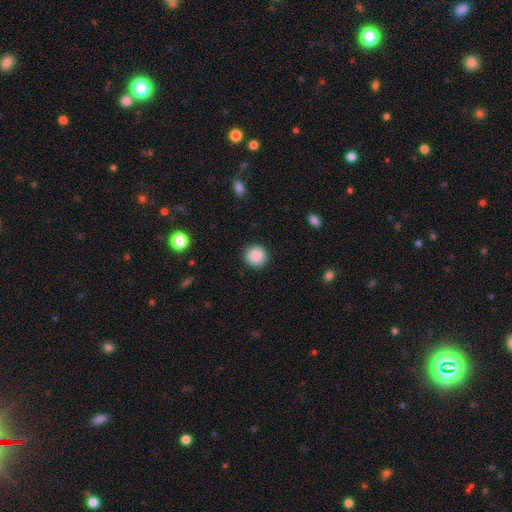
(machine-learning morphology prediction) A smooth galaxy with no disk features (88%) that is round (95%). Merging: none (91%).